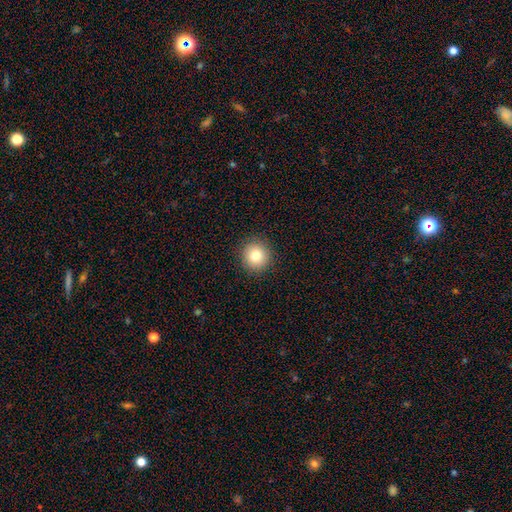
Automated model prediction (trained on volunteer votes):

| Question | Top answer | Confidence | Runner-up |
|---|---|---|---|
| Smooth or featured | smooth | 81% | star or artifact (11%) |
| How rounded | round | 93% | in between (6%) |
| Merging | none | 92% | minor disturbance (6%) |